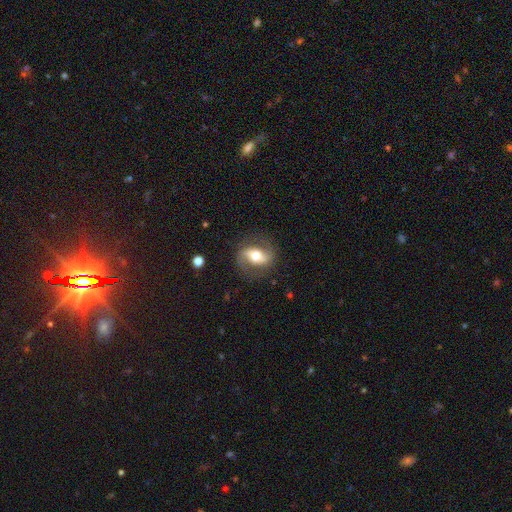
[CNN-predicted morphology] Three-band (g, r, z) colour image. It shows a featured or disk galaxy (67%) with a strong bar (40%), 2 (89%) loose (43%) spiral arms (82%) and a moderate central bulge (65%). Merging: none (78%).